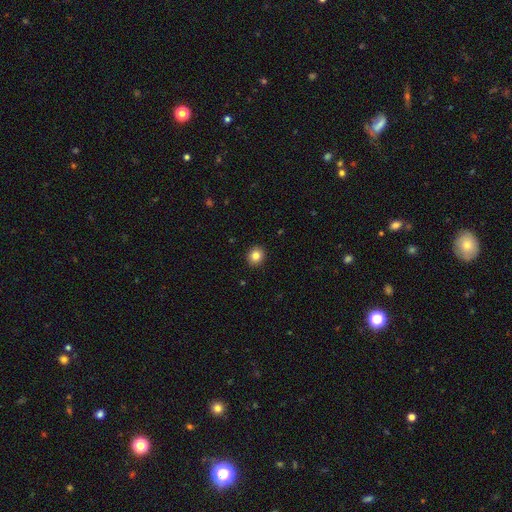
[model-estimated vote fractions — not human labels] Q: Smooth or featured?
A: smooth (84%); runner-up: star or artifact (10%)
Q: How rounded?
A: round (82%); runner-up: in between (17%)
Q: Merging?
A: none (92%); runner-up: minor disturbance (5%)